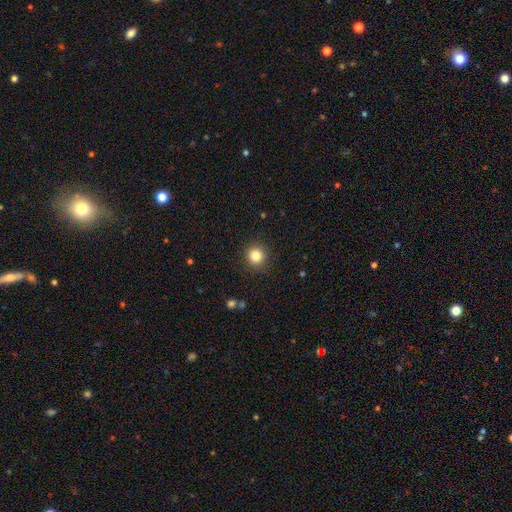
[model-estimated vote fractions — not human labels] This is clearly a smooth galaxy (82%). How rounded: clearly round (94%). Merging: clearly none (91%).